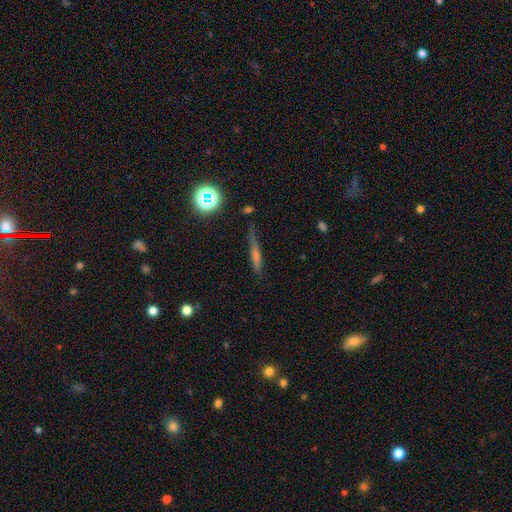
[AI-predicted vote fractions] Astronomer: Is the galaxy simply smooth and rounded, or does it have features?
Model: featured or disk — 47% (runner-up: smooth, 36%).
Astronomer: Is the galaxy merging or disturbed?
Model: none — 76%.